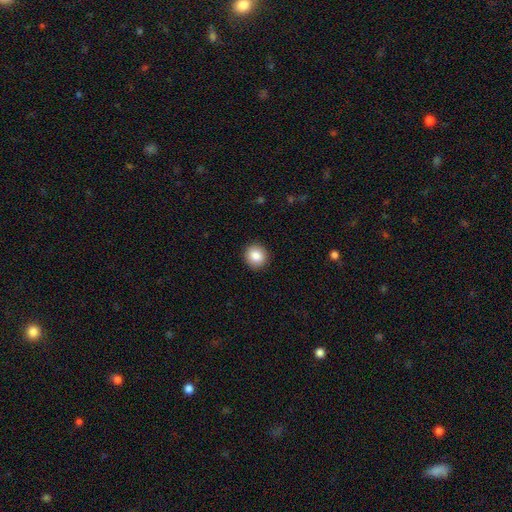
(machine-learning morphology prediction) smooth_or_featured: smooth (p=0.86) [alt: star or artifact p=0.09]
how_rounded: round (p=0.88) [alt: in between p=0.11]
merging: none (p=0.92) [alt: minor disturbance p=0.06]